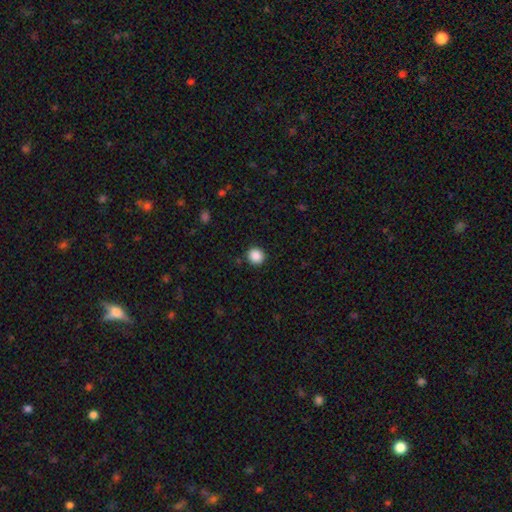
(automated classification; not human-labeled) The model was most divided on "smooth or featured": smooth: 88%, star or artifact: 10%, featured or disk: 3%. More confident: how rounded — round (92%); merging — none (90%).